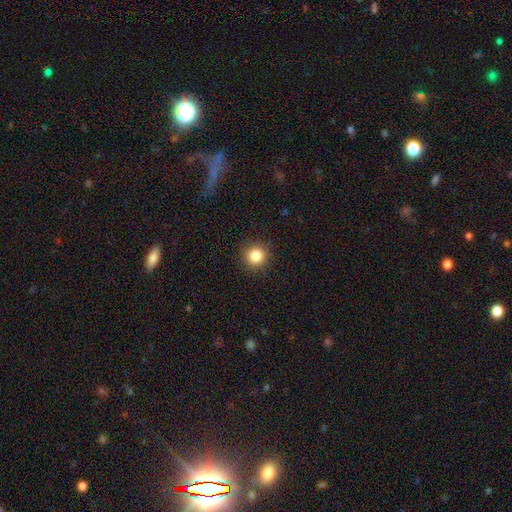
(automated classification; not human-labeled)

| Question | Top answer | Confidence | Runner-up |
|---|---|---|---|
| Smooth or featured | smooth | 85% | star or artifact (11%) |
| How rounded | round | 94% | in between (5%) |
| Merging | none | 91% | minor disturbance (6%) |